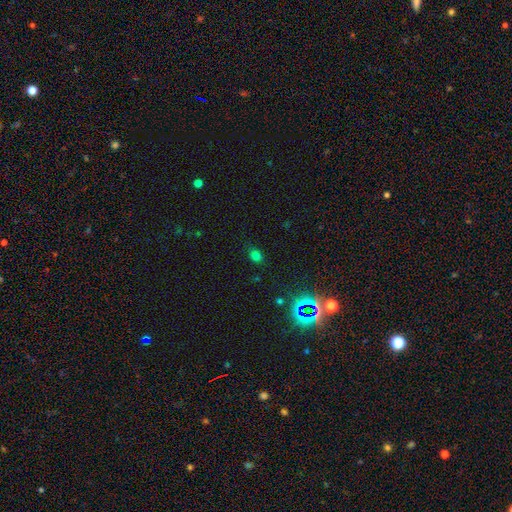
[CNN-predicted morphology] Q: Smooth or featured?
A: smooth (67%); runner-up: star or artifact (27%)
Q: How rounded?
A: in between (52%); runner-up: round (47%)
Q: Merging?
A: none (79%); runner-up: minor disturbance (14%)